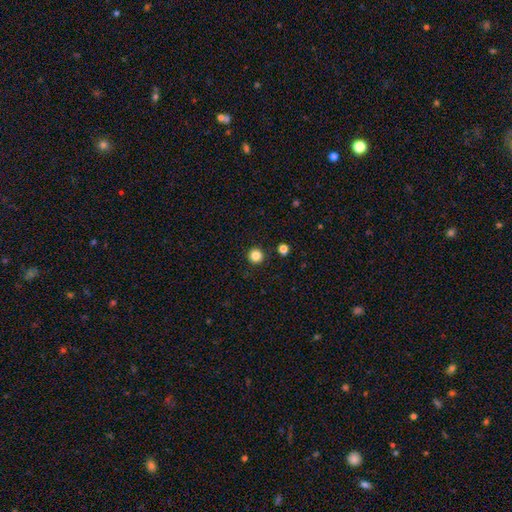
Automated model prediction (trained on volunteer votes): smooth-or-featured: smooth: 85% | star or artifact: 11% | featured or disk: 4%
  how-rounded: round: 96% | in between: 3% | cigar-shaped: 1%
  merging: none: 92% | minor disturbance: 4% | merger: 2% | major disturbance: 1%